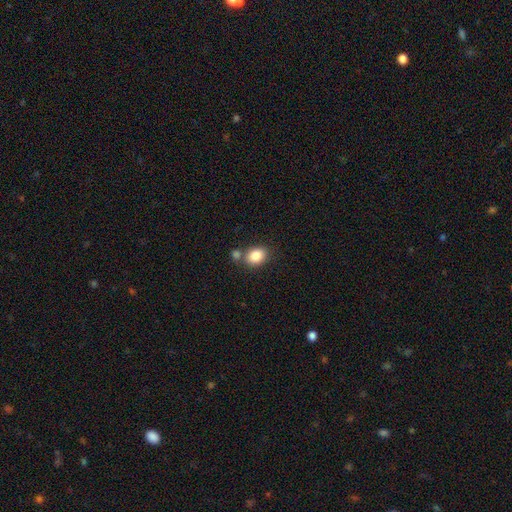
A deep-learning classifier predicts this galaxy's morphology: Smooth or featured? smooth (85%)
How rounded? in between (62%)
Merging? none (63%)